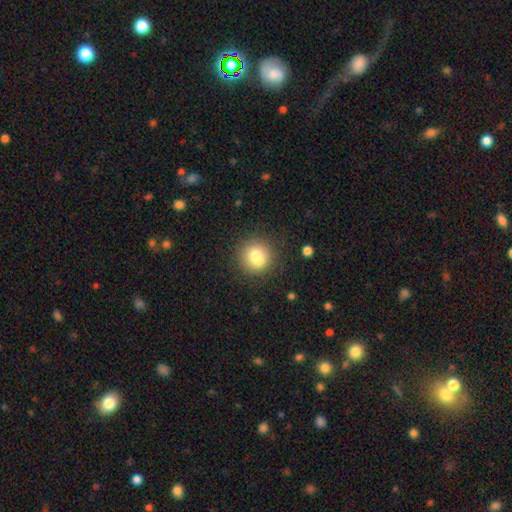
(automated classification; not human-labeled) The model was most divided on "smooth or featured": smooth: 74%, featured or disk: 14%, star or artifact: 12%. More confident: how rounded — round (92%); merging — none (77%).